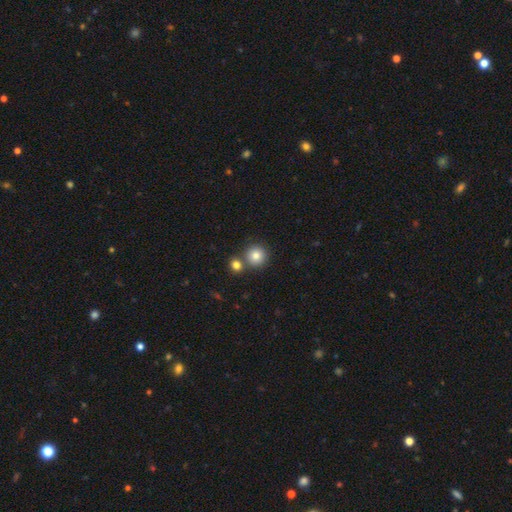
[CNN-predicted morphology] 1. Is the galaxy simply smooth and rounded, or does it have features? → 82% smooth, 11% star or artifact, 8% featured or disk.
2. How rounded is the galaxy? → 93% round, 6% in between, 1% cigar-shaped.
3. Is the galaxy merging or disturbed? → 71% none, 19% merger, 7% minor disturbance, 2% major disturbance.